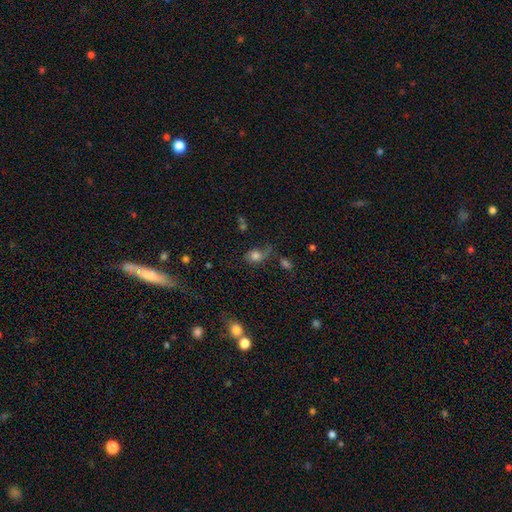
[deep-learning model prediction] smooth_or_featured: smooth (p=0.76) [alt: featured or disk p=0.12]
how_rounded: in between (p=0.62) [alt: round p=0.36]
merging: none (p=0.46) [alt: minor disturbance p=0.28]